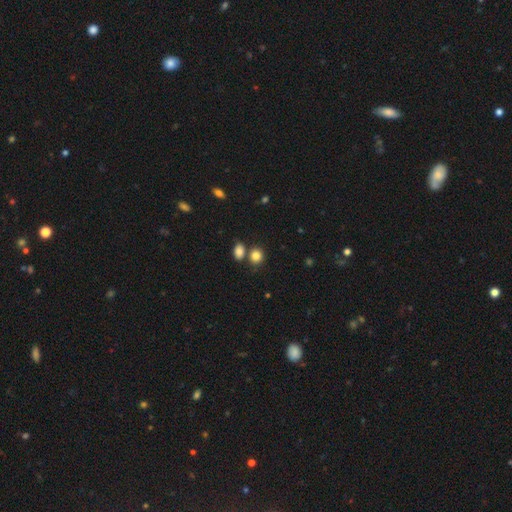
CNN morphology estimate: Smooth or featured?
  - smooth: 84% *
  - star or artifact: 10%
  - featured or disk: 6%
How rounded?
  - round: 68% *
  - in between: 30%
  - cigar-shaped: 1%
Merging?
  - none: 62% *
  - merger: 24%
  - minor disturbance: 10%
  - major disturbance: 3%